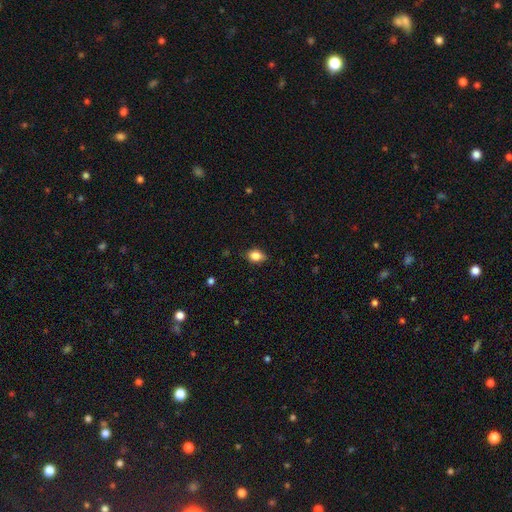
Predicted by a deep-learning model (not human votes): Morphology: type=smooth (84%); roundness=in between (77%); merging=none (81%).